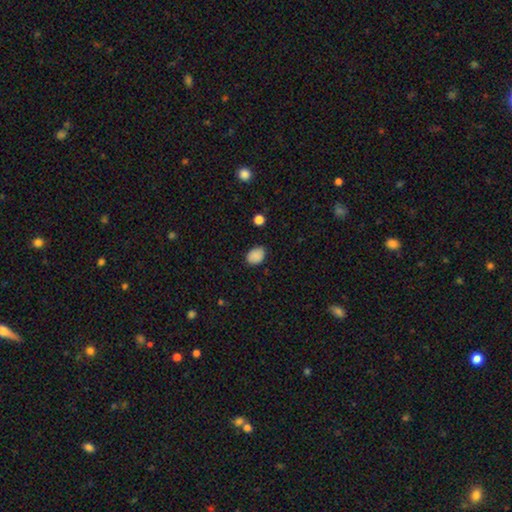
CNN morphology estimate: This is clearly a smooth galaxy (88%). How rounded: likely in between (68%). Merging: clearly none (81%).